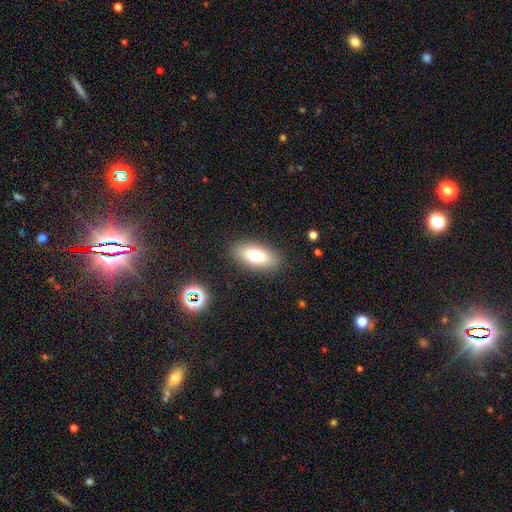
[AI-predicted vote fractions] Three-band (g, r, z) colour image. It shows a smooth galaxy with no disk features (75%) that is in between round and cigar-shaped (86%). Merging: none (87%).